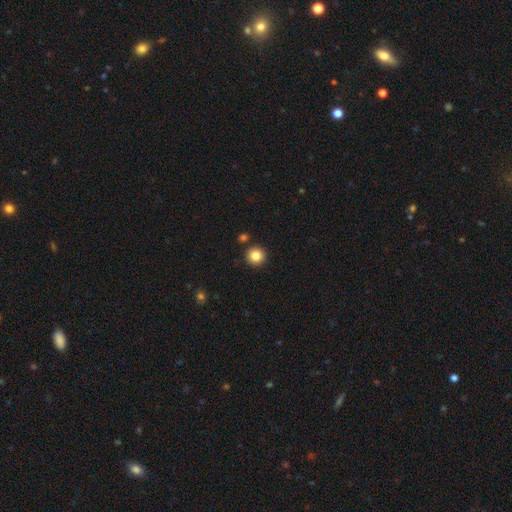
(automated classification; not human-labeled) Overall: smooth (84%). How rounded: round (95%). Merging: none (89%).